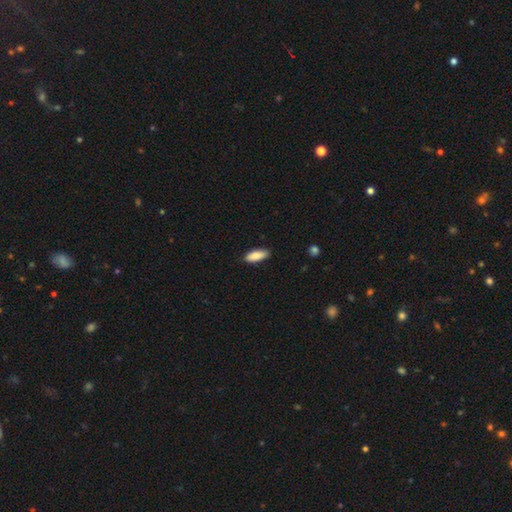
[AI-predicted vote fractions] smooth_or_featured: smooth (p=0.86) [alt: featured or disk p=0.08]
how_rounded: in between (p=0.78) [alt: cigar-shaped p=0.20]
merging: none (p=0.85) [alt: minor disturbance p=0.12]